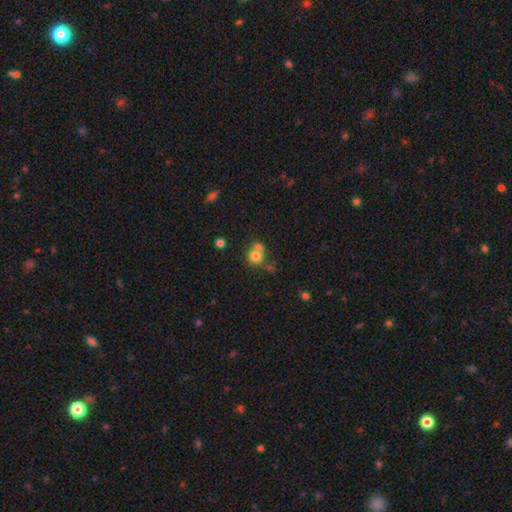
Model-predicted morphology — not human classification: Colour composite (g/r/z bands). It shows a smooth galaxy with no disk features (75%) that is round (83%). Merging: merger (45%).